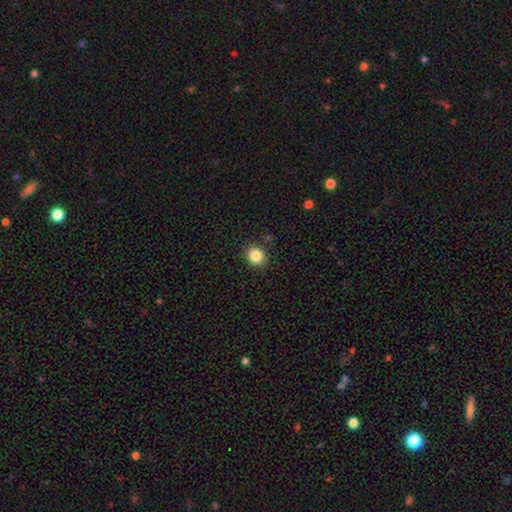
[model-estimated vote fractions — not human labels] Q: Smooth or featured?
A: smooth (85%); runner-up: star or artifact (10%)
Q: How rounded?
A: round (70%); runner-up: in between (29%)
Q: Merging?
A: none (88%); runner-up: minor disturbance (8%)